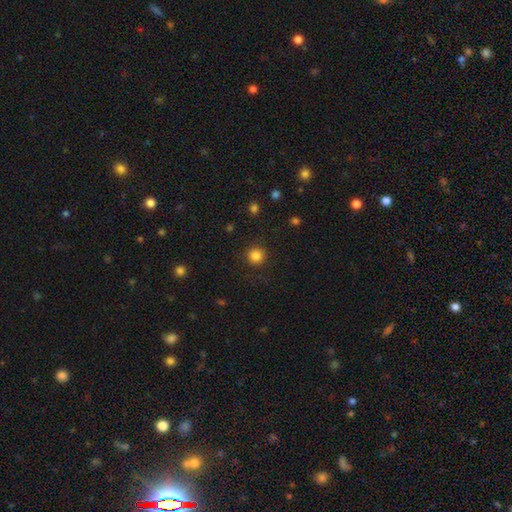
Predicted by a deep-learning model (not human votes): Smooth or featured?
  - smooth: 84% *
  - star or artifact: 12%
  - featured or disk: 4%
How rounded?
  - round: 95% *
  - in between: 4%
  - cigar-shaped: 1%
Merging?
  - none: 90% *
  - minor disturbance: 6%
  - major disturbance: 3%
  - merger: 1%